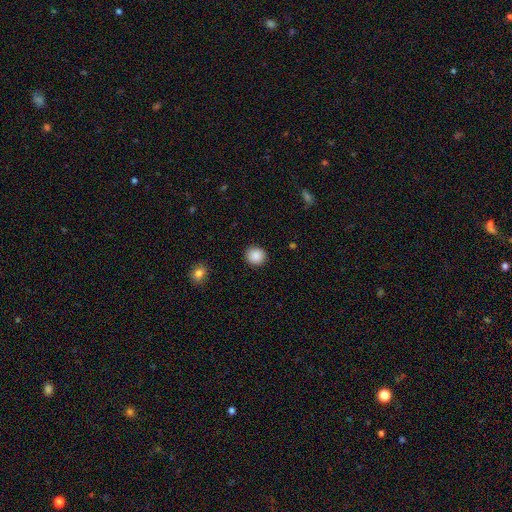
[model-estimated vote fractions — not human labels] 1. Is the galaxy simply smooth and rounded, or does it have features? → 88% smooth, 9% star or artifact, 4% featured or disk.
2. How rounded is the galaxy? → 89% round, 10% in between, 1% cigar-shaped.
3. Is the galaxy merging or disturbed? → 91% none, 6% minor disturbance, 2% major disturbance, 1% merger.